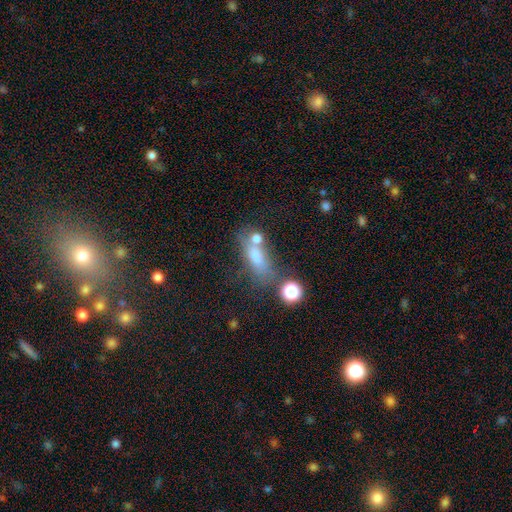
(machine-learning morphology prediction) Smooth or featured: smooth — 63% (featured or disk — 22%)
How rounded: in between — 63% (cigar-shaped — 25%)
Merging: none — 47% (merger — 22%)